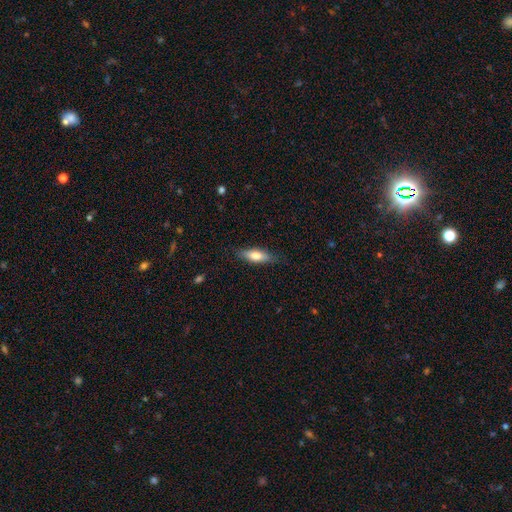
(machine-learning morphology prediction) Q: Smooth or featured?
A: smooth (71%); runner-up: featured or disk (23%)
Q: How rounded?
A: in between (54%); runner-up: cigar-shaped (44%)
Q: Merging?
A: none (82%); runner-up: minor disturbance (14%)